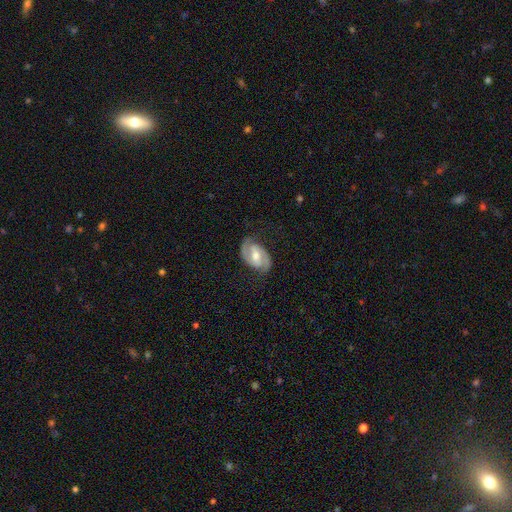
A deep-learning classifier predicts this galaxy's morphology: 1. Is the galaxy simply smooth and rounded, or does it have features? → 83% featured or disk, 12% smooth, 5% star or artifact.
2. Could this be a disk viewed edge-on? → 97% no, 3% yes.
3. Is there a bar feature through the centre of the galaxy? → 46% weak, 34% strong, 20% no.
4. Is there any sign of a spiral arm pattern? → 94% yes, 6% no.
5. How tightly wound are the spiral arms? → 50% medium, 31% tight, 19% loose.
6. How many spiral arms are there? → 91% 2, 4% can't tell, 2% 1, 1% 3, 1% 4, 1% more than 4.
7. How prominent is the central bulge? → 67% moderate, 24% small, 6% large, 2% none, 1% dominant.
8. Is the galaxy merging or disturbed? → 78% none, 15% minor disturbance, 6% major disturbance, 1% merger.